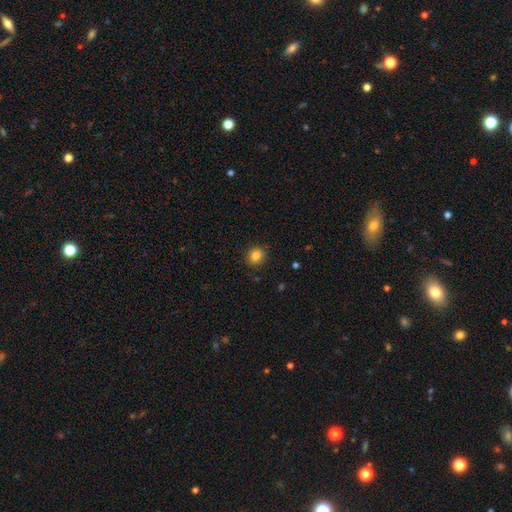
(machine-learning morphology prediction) smooth-or-featured: smooth: 84% | star or artifact: 11% | featured or disk: 5%
  how-rounded: round: 78% | in between: 21% | cigar-shaped: 1%
  merging: none: 88% | minor disturbance: 9% | major disturbance: 2% | merger: 1%